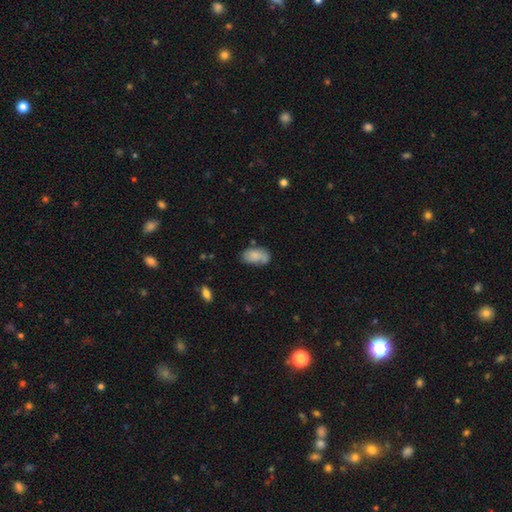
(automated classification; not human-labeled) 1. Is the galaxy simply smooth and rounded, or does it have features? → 73% smooth, 19% featured or disk, 8% star or artifact.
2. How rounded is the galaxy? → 91% in between, 7% round, 2% cigar-shaped.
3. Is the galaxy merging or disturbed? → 52% none, 30% minor disturbance, 10% major disturbance, 7% merger.